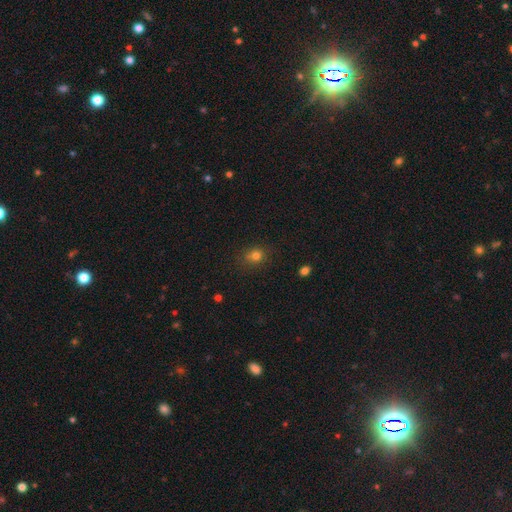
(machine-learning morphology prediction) A smooth galaxy with no disk features (78%) that is round (69%).

Vote fractions:
- Smooth or featured? smooth: 78% / star or artifact: 15% / featured or disk: 7%
- How rounded? round: 69% / in between: 30% / cigar-shaped: 1%
- Merging? none: 76% / minor disturbance: 16% / major disturbance: 5% / merger: 3%